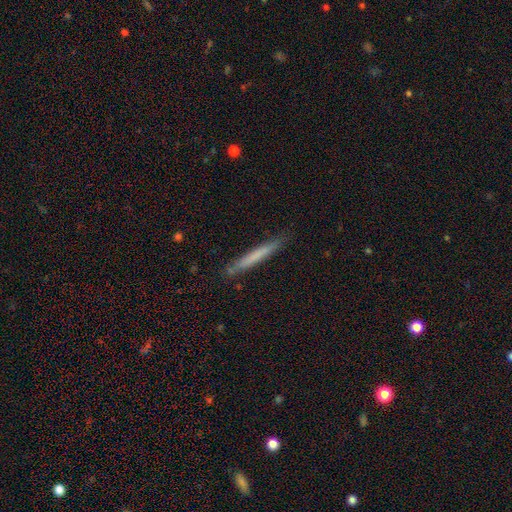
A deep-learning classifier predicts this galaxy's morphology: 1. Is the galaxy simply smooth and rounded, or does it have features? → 65% smooth, 29% featured or disk, 6% star or artifact.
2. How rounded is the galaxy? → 97% cigar-shaped, 2% in between, 1% round.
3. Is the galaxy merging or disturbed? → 86% none, 11% minor disturbance, 2% major disturbance, 2% merger.